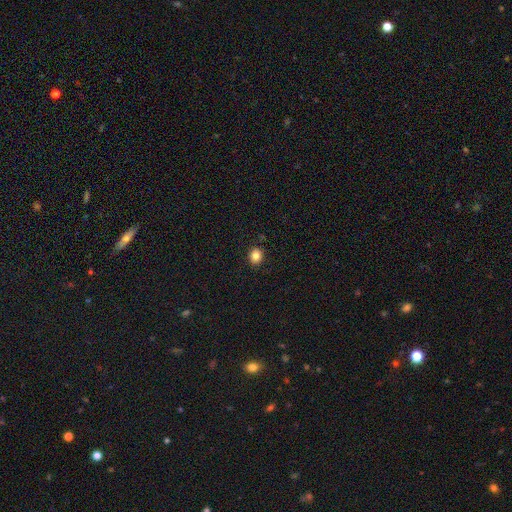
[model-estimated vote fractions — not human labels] This appears to be a smooth galaxy with no disk features (84%) that is round (66%). Merging: none (90%).